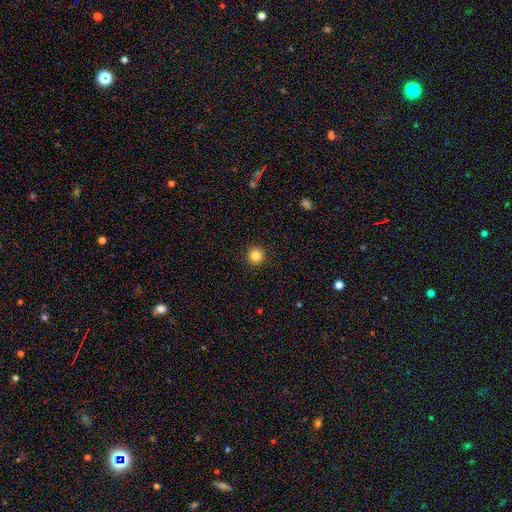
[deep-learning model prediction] This is clearly a smooth galaxy (84%). How rounded: clearly round (94%). Merging: clearly none (93%).